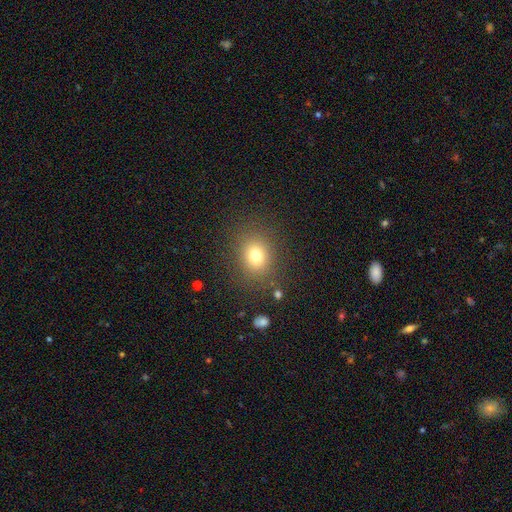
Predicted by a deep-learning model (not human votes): Smooth or featured?
  - smooth: 75% *
  - star or artifact: 15%
  - featured or disk: 10%
How rounded?
  - round: 65% *
  - in between: 34%
  - cigar-shaped: 1%
Merging?
  - none: 84% *
  - minor disturbance: 9%
  - major disturbance: 5%
  - merger: 2%